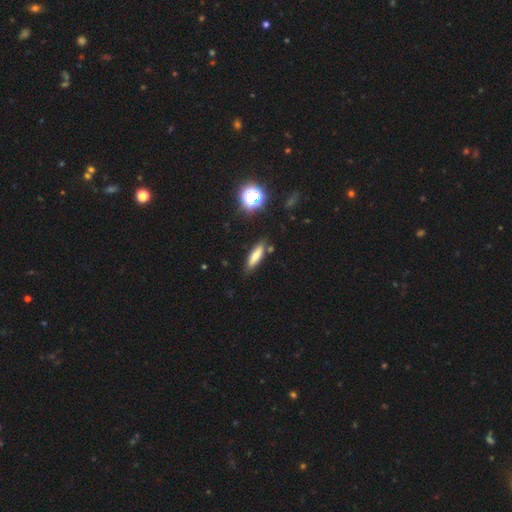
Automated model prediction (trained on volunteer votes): This appears to be a smooth galaxy with no disk features (71%) that is cigar-shaped (62%). Merging: none (80%).